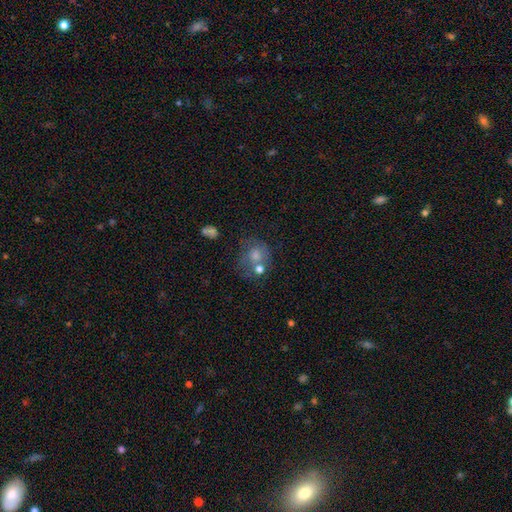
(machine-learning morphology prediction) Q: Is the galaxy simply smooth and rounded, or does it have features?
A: smooth — 49%.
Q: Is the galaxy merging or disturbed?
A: none — 45%.